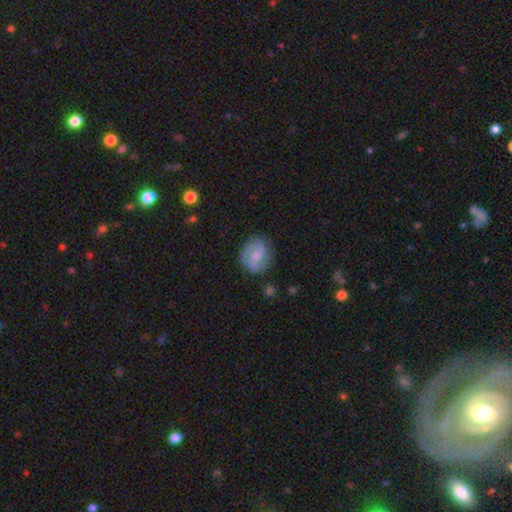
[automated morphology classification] Smooth or featured?
  - featured or disk: 61% *
  - smooth: 32%
  - star or artifact: 7%
Edge-on disk?
  - no: 97% *
  - yes: 3%
Bar?
  - weak: 47% *
  - no: 42%
  - strong: 11%
Spiral arms?
  - yes: 89% *
  - no: 11%
Spiral winding?
  - medium: 46% *
  - tight: 32%
  - loose: 22%
Spiral arm count?
  - 2: 71% *
  - can't tell: 14%
  - 3: 8%
  - 1: 4%
  - 4: 2%
  - more than 4: 2%
Bulge size?
  - small: 43% *
  - moderate: 38%
  - none: 14%
  - large: 4%
  - dominant: 1%
Merging?
  - none: 75% *
  - minor disturbance: 17%
  - major disturbance: 6%
  - merger: 2%